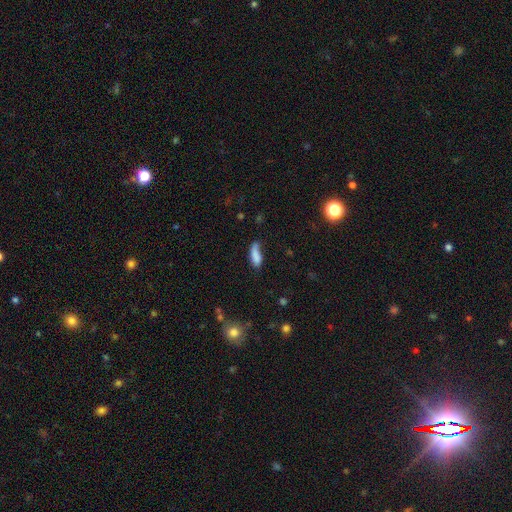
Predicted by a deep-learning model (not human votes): Smooth or featured: smooth — 80% (featured or disk — 12%)
How rounded: in between — 64% (cigar-shaped — 34%)
Merging: none — 44% (minor disturbance — 33%)